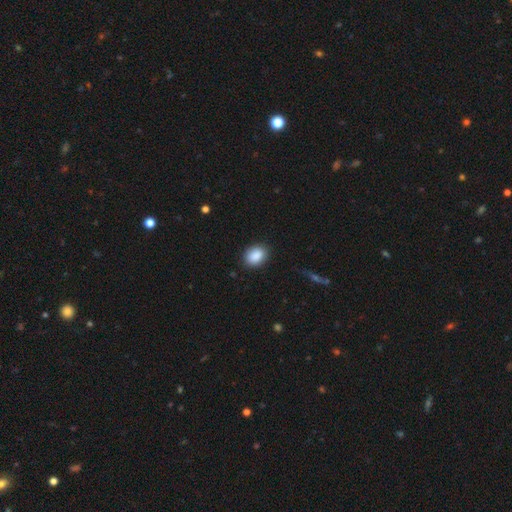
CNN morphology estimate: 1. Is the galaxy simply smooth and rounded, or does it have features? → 89% smooth, 8% star or artifact, 4% featured or disk.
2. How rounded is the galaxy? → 71% in between, 28% round, 1% cigar-shaped.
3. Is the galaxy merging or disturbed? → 87% none, 9% minor disturbance, 2% major disturbance, 1% merger.